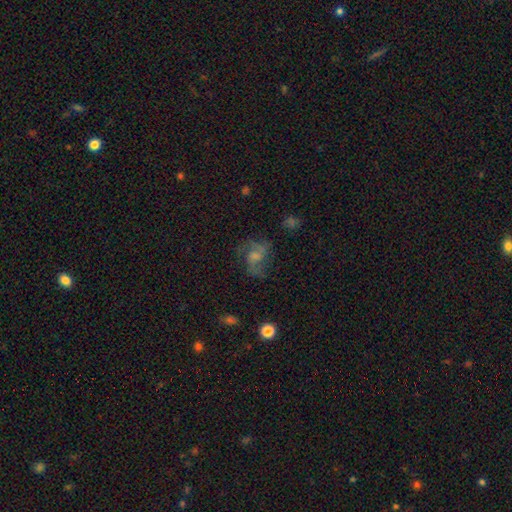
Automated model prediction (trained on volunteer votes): The model was most divided on "bulge size": none: 32%, small: 29%, moderate: 29%, large: 9%, dominant: 2%. Remaining: edge-on disk — no (97%); spiral arms — yes (79%); bar — no (59%); smooth or featured — featured or disk (57%); merging — none (49%).